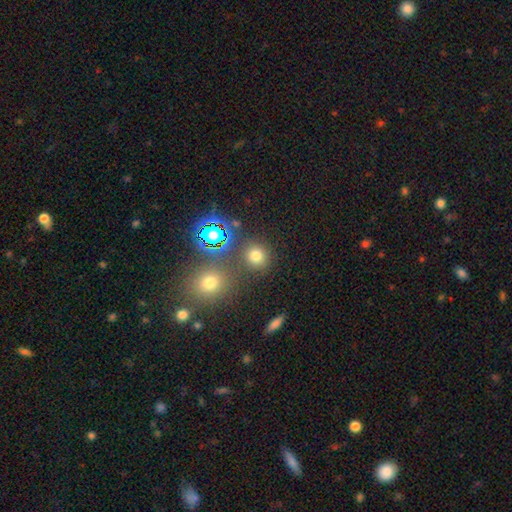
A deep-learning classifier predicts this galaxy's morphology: Smooth or featured: smooth — 68% (star or artifact — 25%)
How rounded: round — 86% (in between — 12%)
Merging: none — 81% (minor disturbance — 8%)